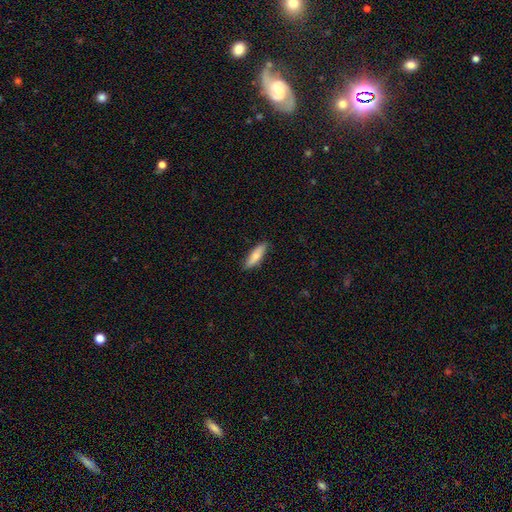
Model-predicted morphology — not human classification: A smooth galaxy with no disk features (75%) that is cigar-shaped (58%).

Vote fractions:
- Smooth or featured? smooth: 75% / featured or disk: 19% / star or artifact: 6%
- How rounded? cigar-shaped: 58% / in between: 40% / round: 2%
- Merging? none: 86% / minor disturbance: 11% / major disturbance: 2% / merger: 1%